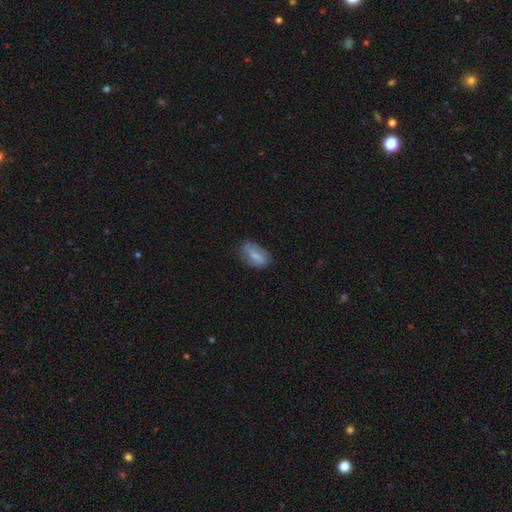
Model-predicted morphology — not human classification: Smooth or featured: smooth — 65% (featured or disk — 28%)
How rounded: in between — 90% (round — 7%)
Merging: none — 64% (minor disturbance — 26%)